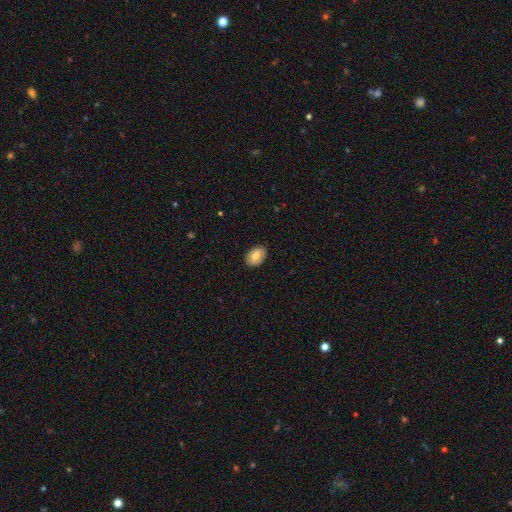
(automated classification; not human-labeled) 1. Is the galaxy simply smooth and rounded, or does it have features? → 68% smooth, 25% featured or disk, 7% star or artifact.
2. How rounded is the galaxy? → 82% in between, 16% round, 1% cigar-shaped.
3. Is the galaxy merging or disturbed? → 86% none, 11% minor disturbance, 2% major disturbance, 1% merger.